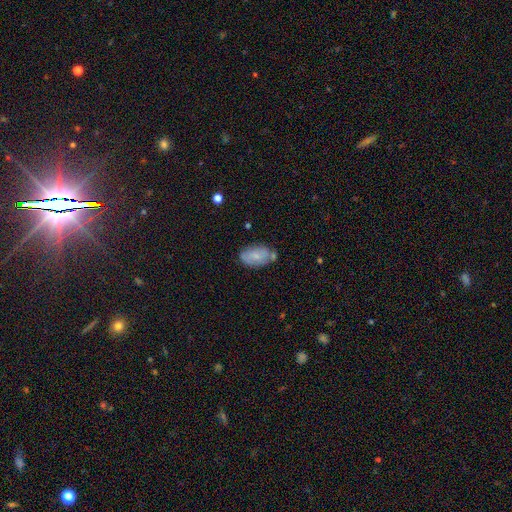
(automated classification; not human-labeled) Smooth or featured?
  - smooth: 67% *
  - featured or disk: 26%
  - star or artifact: 7%
How rounded?
  - in between: 92% *
  - round: 5%
  - cigar-shaped: 2%
Merging?
  - none: 60% *
  - minor disturbance: 24%
  - merger: 10%
  - major disturbance: 6%